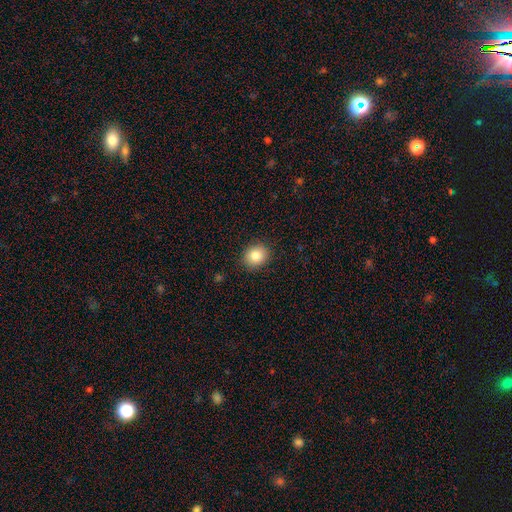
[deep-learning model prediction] Smooth or featured?
  - smooth: 83% *
  - star or artifact: 9%
  - featured or disk: 7%
How rounded?
  - round: 68% *
  - in between: 31%
  - cigar-shaped: 1%
Merging?
  - none: 89% *
  - minor disturbance: 8%
  - major disturbance: 2%
  - merger: 1%